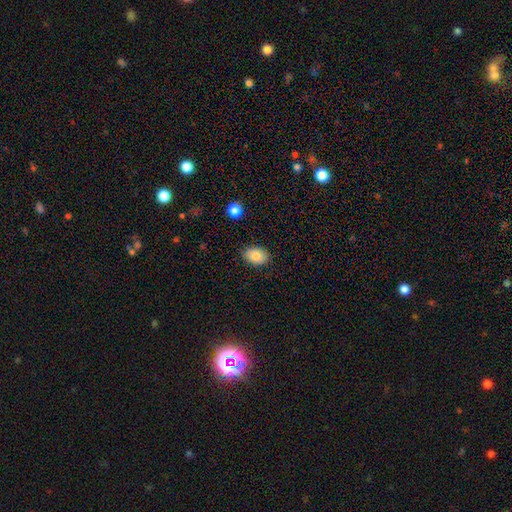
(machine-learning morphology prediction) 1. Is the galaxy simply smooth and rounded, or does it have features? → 84% smooth, 8% star or artifact, 8% featured or disk.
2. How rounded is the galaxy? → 82% in between, 17% round, 1% cigar-shaped.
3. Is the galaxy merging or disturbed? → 86% none, 10% minor disturbance, 2% major disturbance, 1% merger.